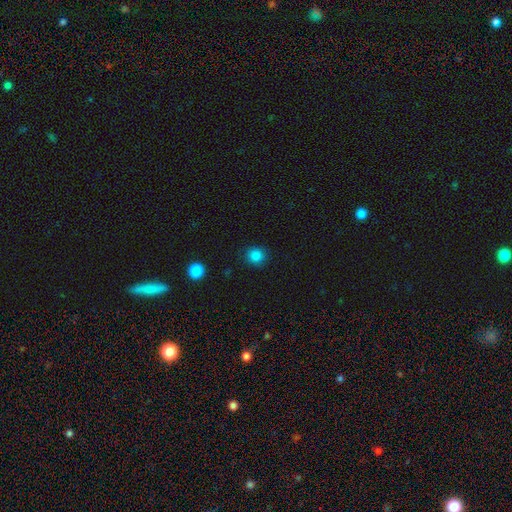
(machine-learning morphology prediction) smooth-or-featured: smooth: 84% | star or artifact: 12% | featured or disk: 4%
  how-rounded: round: 89% | in between: 10% | cigar-shaped: 1%
  merging: none: 90% | minor disturbance: 7% | major disturbance: 2% | merger: 1%